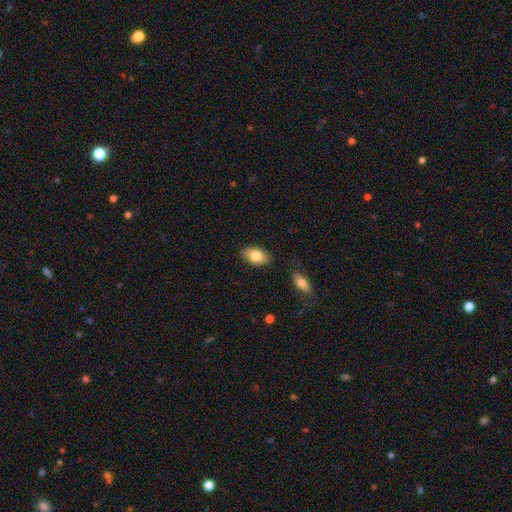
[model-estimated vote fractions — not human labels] The model was most divided on "smooth or featured": smooth: 81%, featured or disk: 12%, star or artifact: 7%. More confident: how rounded — in between (92%); merging — none (84%).